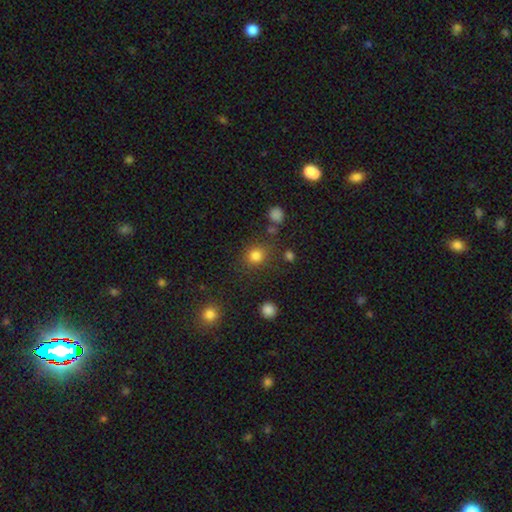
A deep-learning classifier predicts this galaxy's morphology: Smooth or featured: smooth — 81% (star or artifact — 14%)
How rounded: round — 85% (in between — 14%)
Merging: none — 80% (minor disturbance — 10%)